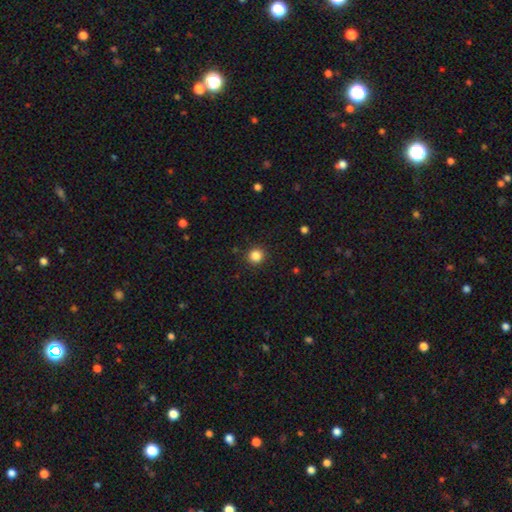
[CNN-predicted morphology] smooth-or-featured: smooth: 85% | star or artifact: 11% | featured or disk: 3%
  how-rounded: round: 93% | in between: 6% | cigar-shaped: 1%
  merging: none: 91% | minor disturbance: 6% | major disturbance: 2% | merger: 1%